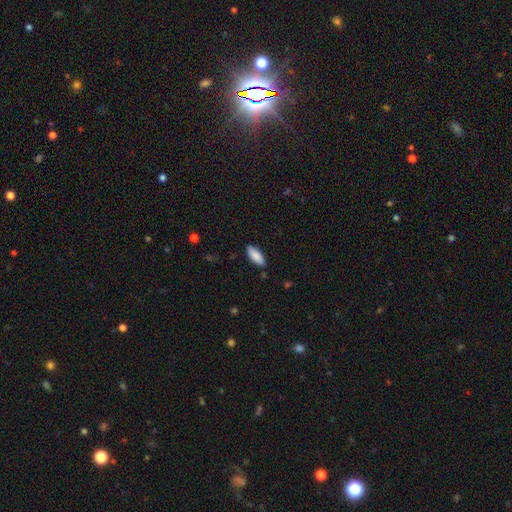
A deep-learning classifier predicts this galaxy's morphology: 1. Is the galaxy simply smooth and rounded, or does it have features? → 88% smooth, 6% star or artifact, 6% featured or disk.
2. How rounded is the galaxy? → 80% in between, 19% cigar-shaped, 2% round.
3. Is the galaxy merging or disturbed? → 85% none, 11% minor disturbance, 2% major disturbance, 1% merger.